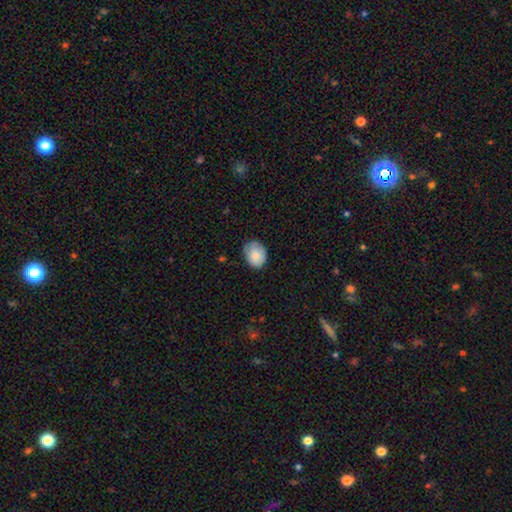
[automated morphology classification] Overall: smooth (82%). How rounded: in between (57%; round 43%). Merging: none (69%).